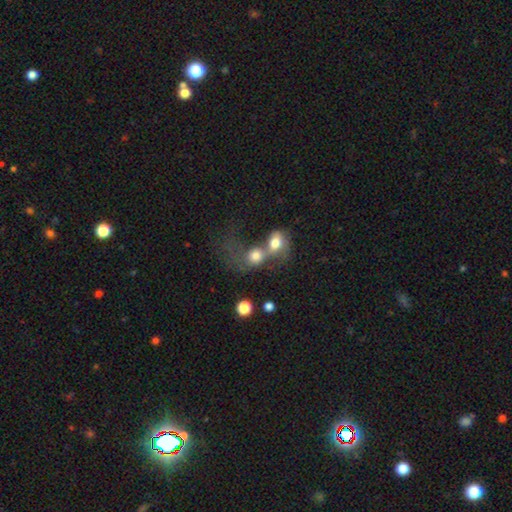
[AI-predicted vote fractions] Overall: smooth (71%). How rounded: round (59%; in between 40%). Merging: merger (71%).